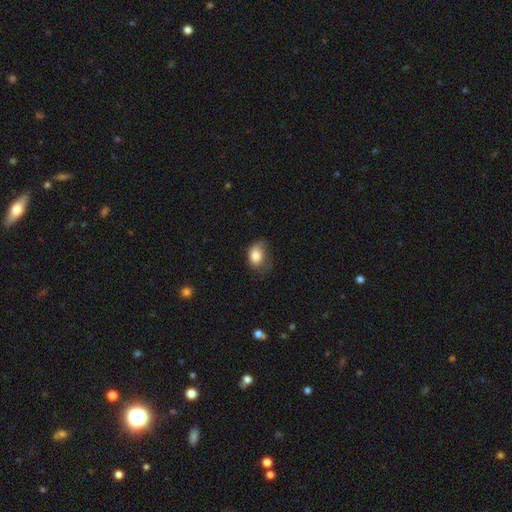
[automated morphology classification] This appears to be a smooth galaxy with no disk features (82%) that is in between round and cigar-shaped (72%). Merging: minor disturbance (39%, tied with none).